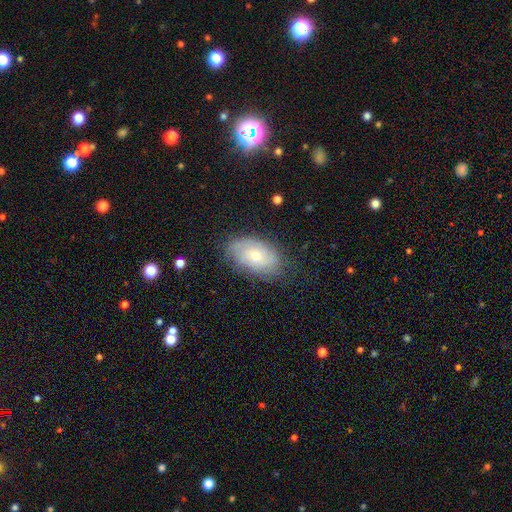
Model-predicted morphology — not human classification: Smooth or featured?
  - smooth: 46% * (tied)
  - featured or disk: 46% * (tied)
  - star or artifact: 8%
Merging?
  - none: 69% *
  - minor disturbance: 22%
  - major disturbance: 7%
  - merger: 1%